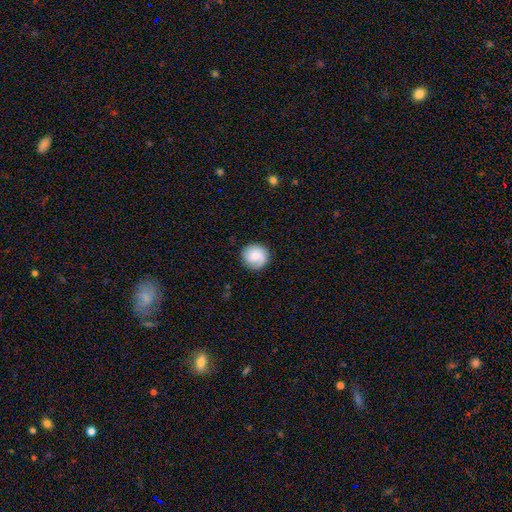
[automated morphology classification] Overall: smooth (60%; featured or disk 32%). How rounded: round (90%). Merging: none (83%).